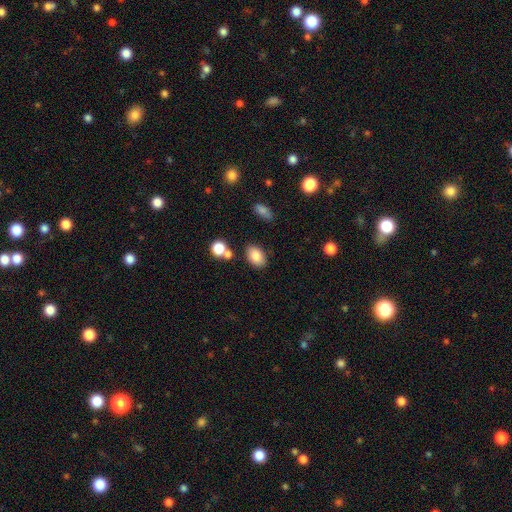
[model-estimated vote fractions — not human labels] Smooth or featured?
  - smooth: 83% *
  - star or artifact: 9%
  - featured or disk: 8%
How rounded?
  - in between: 85% *
  - round: 13%
  - cigar-shaped: 1%
Merging?
  - none: 78% *
  - minor disturbance: 12%
  - merger: 7%
  - major disturbance: 3%